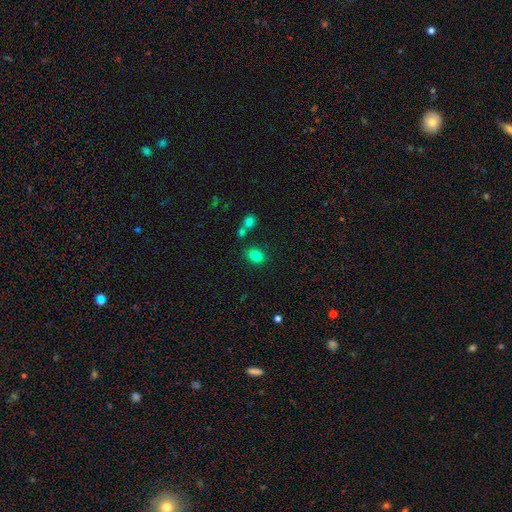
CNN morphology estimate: smooth_or_featured: smooth (p=0.82) [alt: star or artifact p=0.12]
how_rounded: in between (p=0.61) [alt: round p=0.38]
merging: none (p=0.78) [alt: minor disturbance p=0.10]